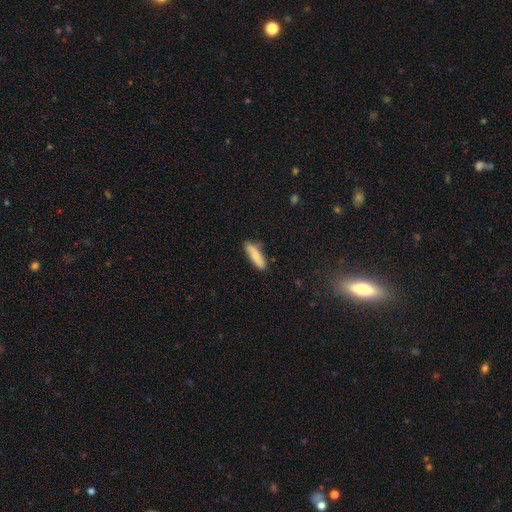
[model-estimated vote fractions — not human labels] Overall: smooth (80%). How rounded: cigar-shaped (58%; in between 40%). Merging: none (72%).